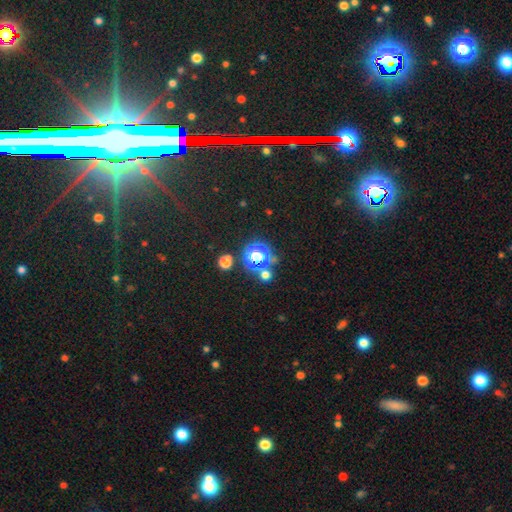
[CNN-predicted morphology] The model was most divided on "smooth or featured": star or artifact: 52%, smooth: 38%, featured or disk: 9%.